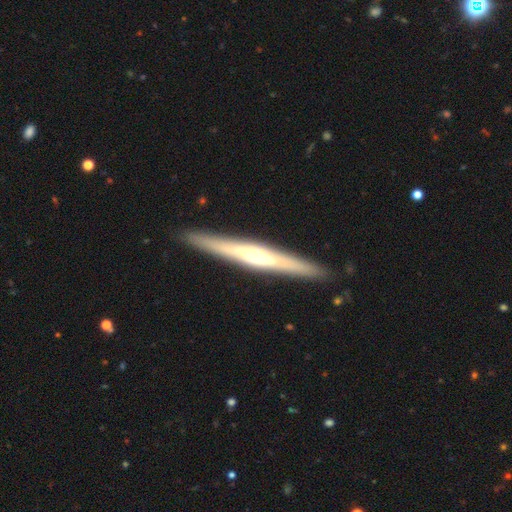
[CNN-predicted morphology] Q: Smooth or featured?
A: featured or disk (69%); runner-up: smooth (26%)
Q: Edge-on disk?
A: yes (95%); runner-up: no (5%)
Q: Edge-on bulge?
A: rounded (74%); runner-up: none (17%)
Q: Merging?
A: none (91%); runner-up: minor disturbance (7%)